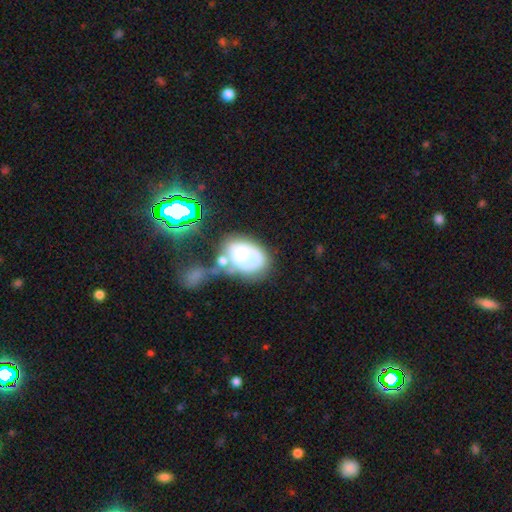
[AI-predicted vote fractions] This appears to be a featured or disk galaxy (46%). Merging: merger (32%).